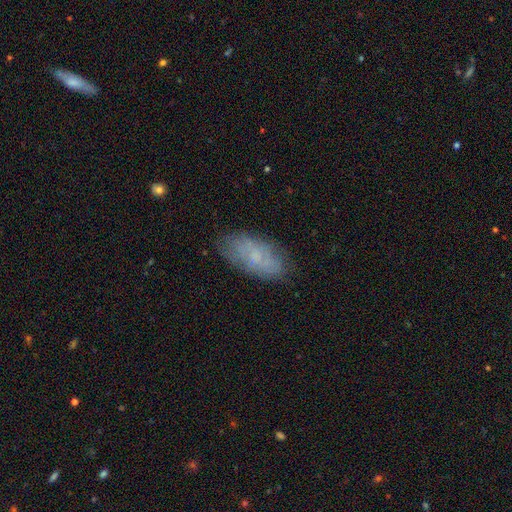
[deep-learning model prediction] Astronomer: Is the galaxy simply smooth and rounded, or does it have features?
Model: smooth — 58%.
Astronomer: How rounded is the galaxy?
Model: in between — 89%.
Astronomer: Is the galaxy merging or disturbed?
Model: none — 77%.